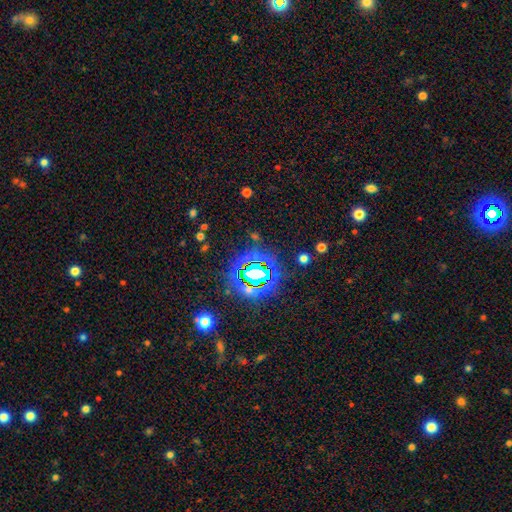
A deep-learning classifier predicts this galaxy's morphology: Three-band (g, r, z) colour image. It shows a star or artifact, not a galaxy (80%).